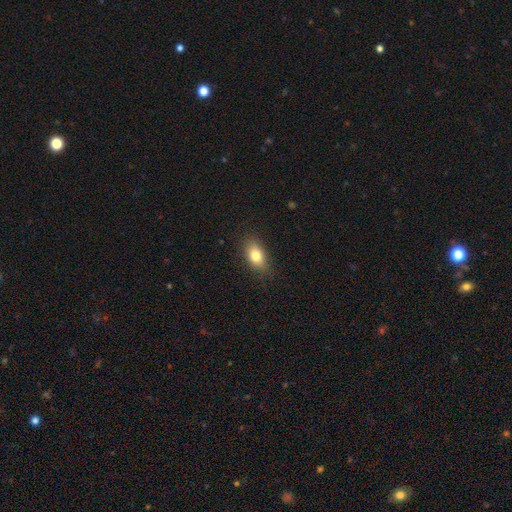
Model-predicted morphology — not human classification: type=smooth (80%); roundness=in between (84%); merging=none (84%).